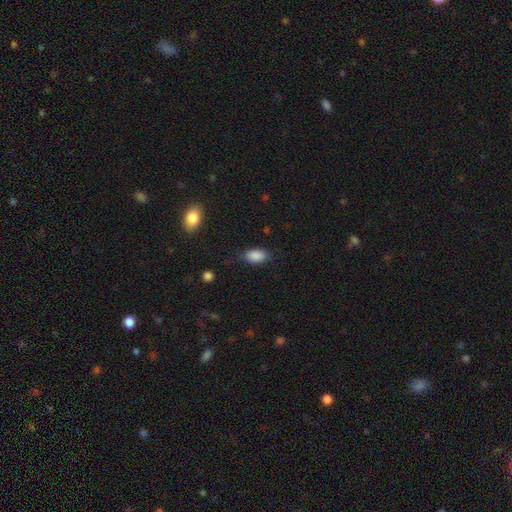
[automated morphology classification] Smooth or featured? smooth (88%)
How rounded? in between (91%)
Merging? none (80%)